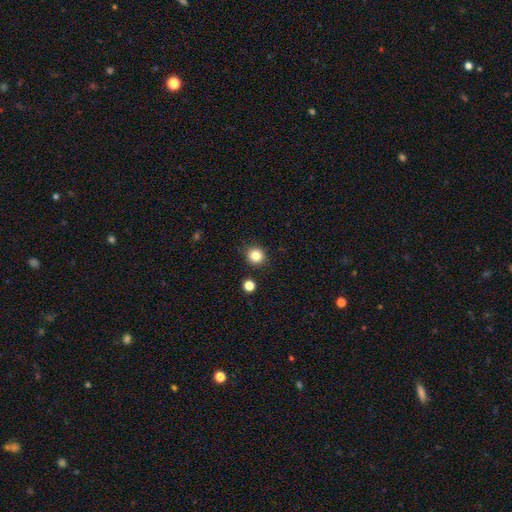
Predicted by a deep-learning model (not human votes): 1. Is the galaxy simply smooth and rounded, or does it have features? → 83% smooth, 12% star or artifact, 5% featured or disk.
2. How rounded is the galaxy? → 93% round, 6% in between, 1% cigar-shaped.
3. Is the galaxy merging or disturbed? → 89% none, 6% minor disturbance, 2% merger, 2% major disturbance.